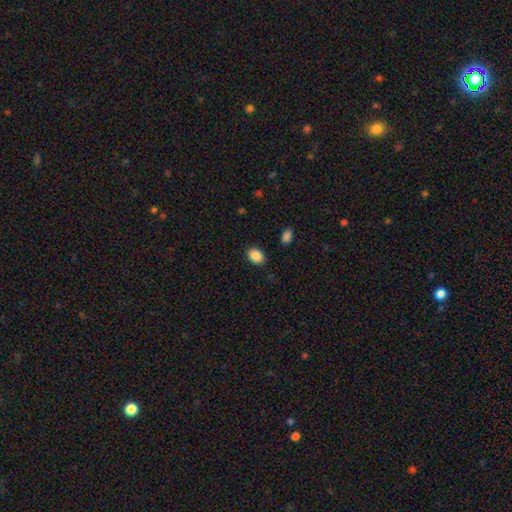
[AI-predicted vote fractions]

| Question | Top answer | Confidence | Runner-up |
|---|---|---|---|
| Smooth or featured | smooth | 88% | star or artifact (8%) |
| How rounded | in between | 78% | round (21%) |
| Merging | none | 87% | minor disturbance (9%) |